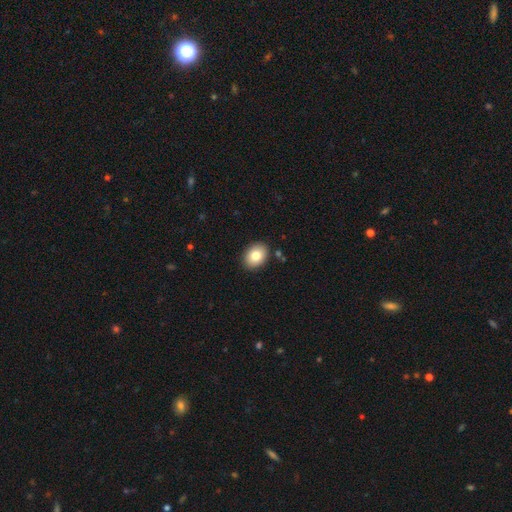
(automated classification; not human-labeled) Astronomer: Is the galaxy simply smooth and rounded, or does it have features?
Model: smooth — 82%.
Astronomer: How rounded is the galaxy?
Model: in between — 71%.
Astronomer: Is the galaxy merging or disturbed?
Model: none — 88%.